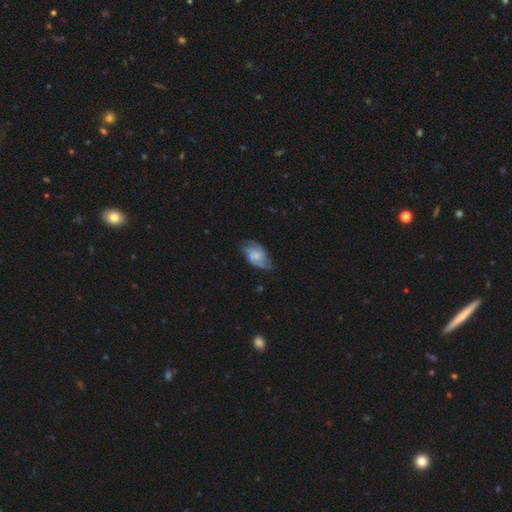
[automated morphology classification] Smooth or featured: featured or disk — 55% (smooth — 38%)
Edge-on disk: no — 95% (yes — 5%)
Bar: no — 60% (weak — 34%)
Spiral arms: yes — 86% (no — 14%)
Bulge size: small — 42% (moderate — 26%)
Merging: none — 56% (minor disturbance — 30%)